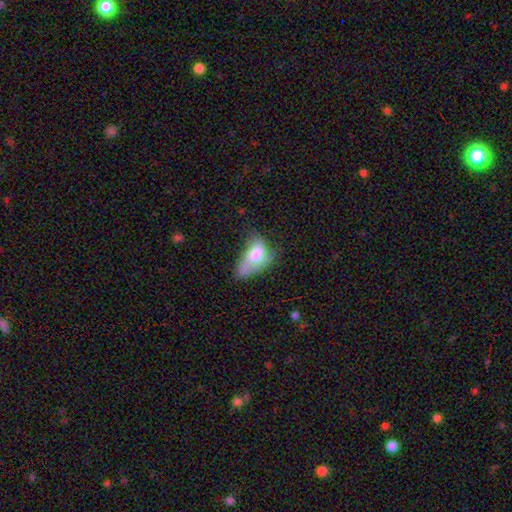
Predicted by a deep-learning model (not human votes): Smooth or featured: smooth — 65% (featured or disk — 27%)
How rounded: in between — 88% (round — 7%)
Merging: major disturbance — 38% (minor disturbance — 30%)